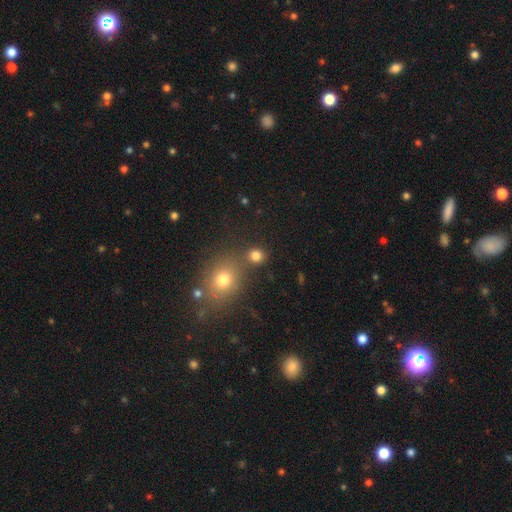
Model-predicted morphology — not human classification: Smooth or featured?
  - smooth: 80% *
  - star or artifact: 14%
  - featured or disk: 6%
How rounded?
  - round: 81% *
  - in between: 17%
  - cigar-shaped: 1%
Merging?
  - none: 72% *
  - merger: 15%
  - minor disturbance: 9%
  - major disturbance: 4%